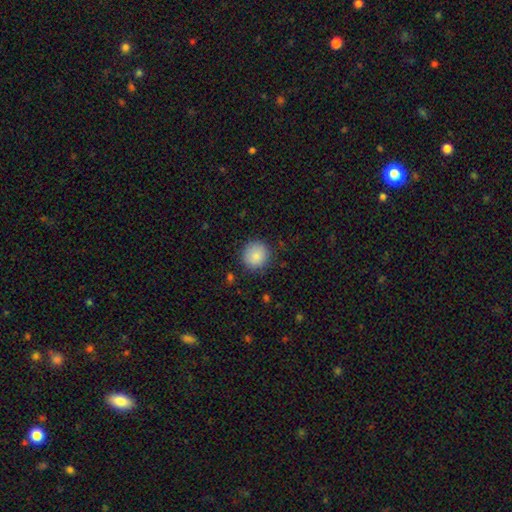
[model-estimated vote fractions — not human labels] smooth_or_featured: smooth (p=0.85) [alt: star or artifact p=0.09]
how_rounded: round (p=0.93) [alt: in between p=0.06]
merging: none (p=0.86) [alt: minor disturbance p=0.10]